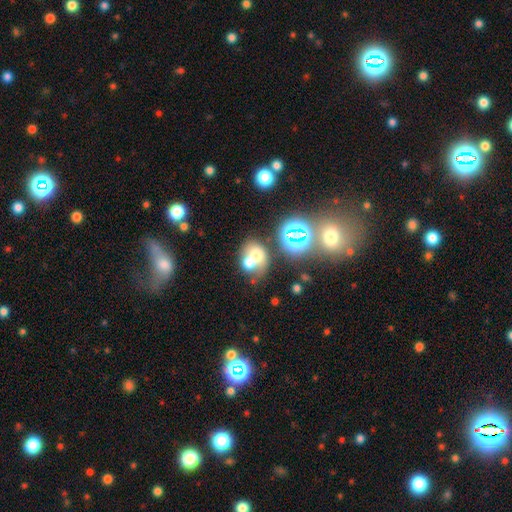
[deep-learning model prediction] This appears to be a smooth galaxy with no disk features (58%) that is round (61%). Merging: merger (58%).